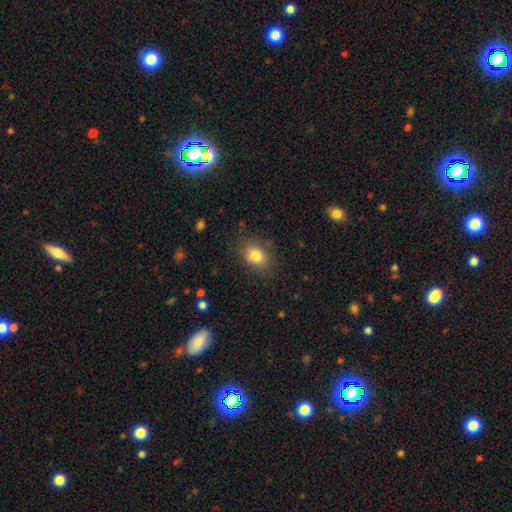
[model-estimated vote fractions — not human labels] Smooth or featured?
  - smooth: 82% *
  - star or artifact: 10%
  - featured or disk: 7%
How rounded?
  - in between: 58% *
  - round: 41%
  - cigar-shaped: 1%
Merging?
  - none: 81% *
  - minor disturbance: 14%
  - major disturbance: 4%
  - merger: 1%